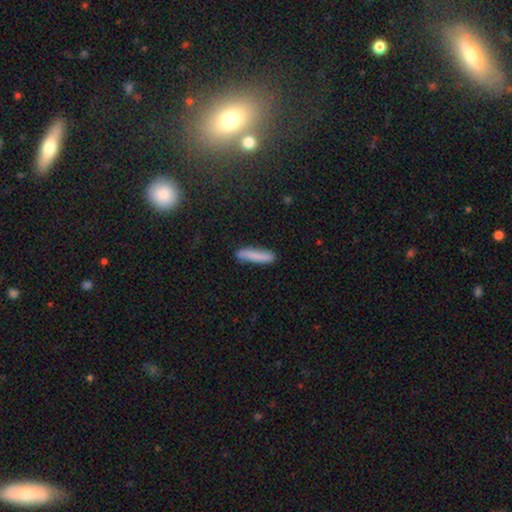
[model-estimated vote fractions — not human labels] A smooth galaxy with no disk features (81%) that is cigar-shaped (88%).

Vote fractions:
- Smooth or featured? smooth: 81% / featured or disk: 12% / star or artifact: 6%
- How rounded? cigar-shaped: 88% / in between: 10% / round: 1%
- Merging? none: 85% / minor disturbance: 11% / major disturbance: 2% / merger: 2%